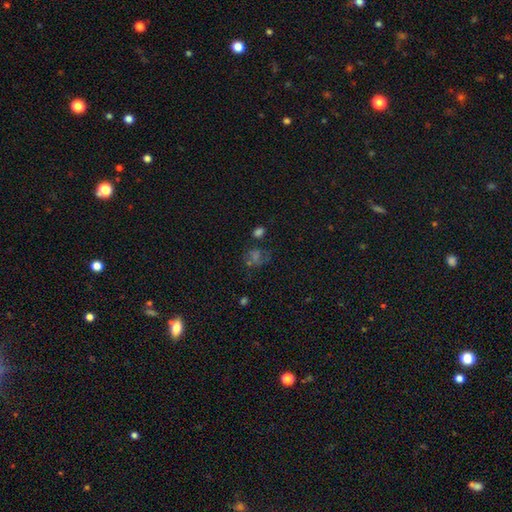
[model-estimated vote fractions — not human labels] A star or artifact, not a galaxy (42%).